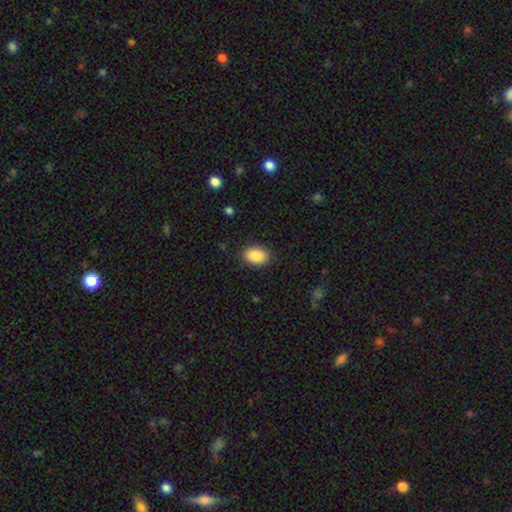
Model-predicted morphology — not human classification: smooth-or-featured: smooth: 89% | star or artifact: 7% | featured or disk: 4%
  how-rounded: in between: 87% | round: 12% | cigar-shaped: 1%
  merging: none: 86% | minor disturbance: 10% | major disturbance: 3% | merger: 1%